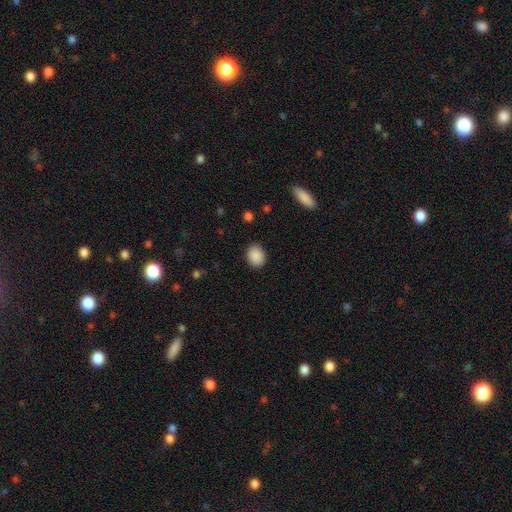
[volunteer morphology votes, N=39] This is clearly a smooth galaxy (92%). How rounded: possibly round (56%). Merging: clearly none (90%).